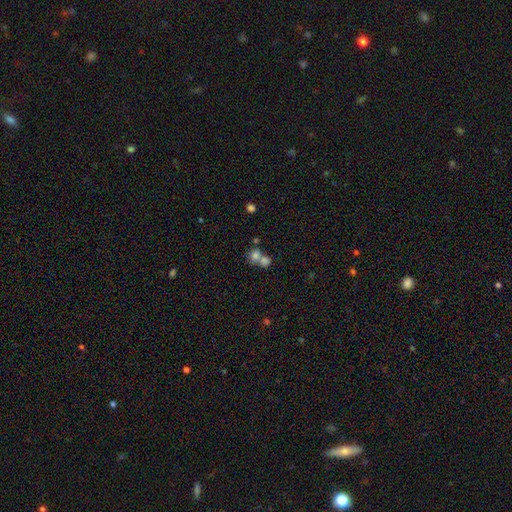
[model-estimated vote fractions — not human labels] smooth 73%, featured or disk 14%, star or artifact 13%. Down the decision tree: how rounded — round (72%); merging — merger (60%).